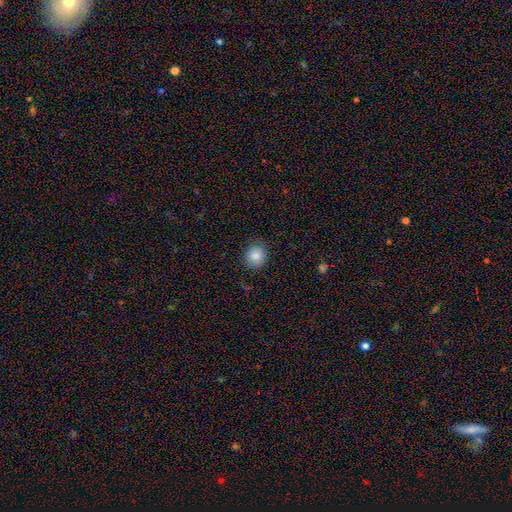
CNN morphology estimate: Smooth or featured: smooth — 86% (star or artifact — 9%)
How rounded: round — 77% (in between — 22%)
Merging: none — 83% (minor disturbance — 13%)